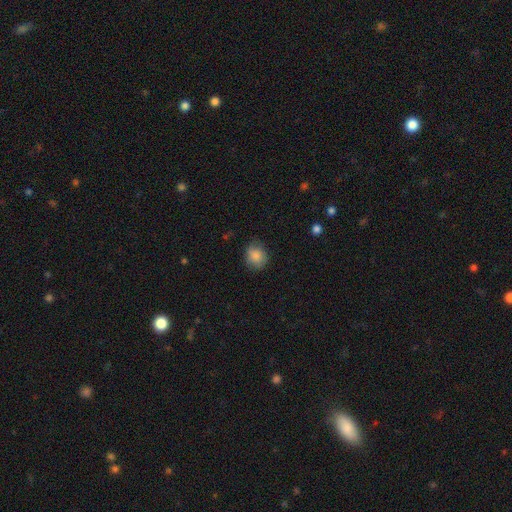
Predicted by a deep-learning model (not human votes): Smooth or featured?
  - smooth: 83% *
  - featured or disk: 9%
  - star or artifact: 8%
How rounded?
  - round: 70% *
  - in between: 29%
  - cigar-shaped: 1%
Merging?
  - none: 73% *
  - minor disturbance: 21%
  - major disturbance: 5%
  - merger: 1%